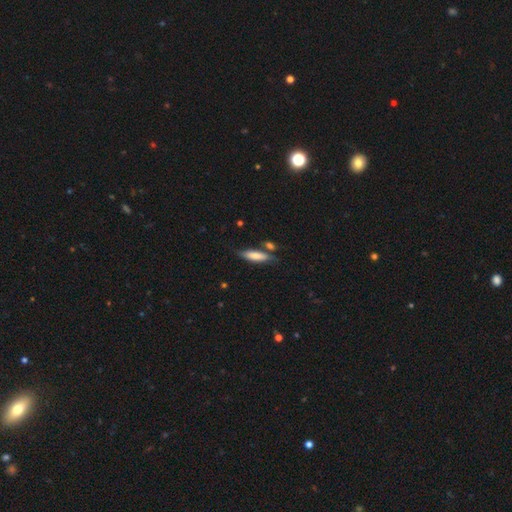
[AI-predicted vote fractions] Smooth or featured? Predicted: smooth (p=0.68). How rounded? Predicted: cigar-shaped (p=0.66). Merging? Predicted: none (p=0.66).